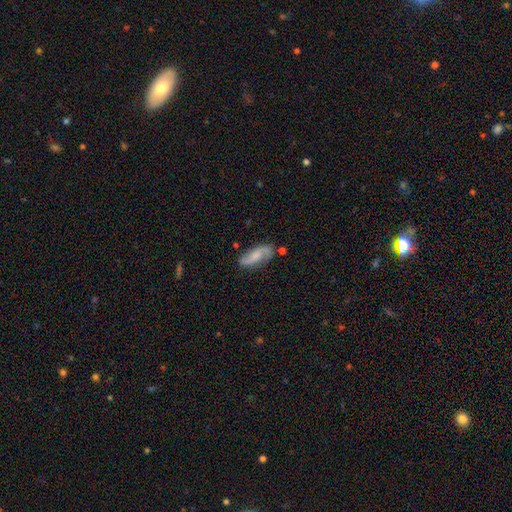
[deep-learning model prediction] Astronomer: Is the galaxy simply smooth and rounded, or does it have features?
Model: featured or disk — 59%.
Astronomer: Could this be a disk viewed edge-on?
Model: no — 92%.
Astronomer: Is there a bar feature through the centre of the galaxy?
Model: no — 46% (runner-up: weak, 40%).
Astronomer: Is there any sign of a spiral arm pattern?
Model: yes — 92%.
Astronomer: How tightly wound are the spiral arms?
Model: loose — 62%.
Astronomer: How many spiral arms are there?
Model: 2 — 88%.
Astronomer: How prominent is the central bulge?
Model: small — 35% (runner-up: none, 31%).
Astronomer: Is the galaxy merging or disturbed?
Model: none — 70%.